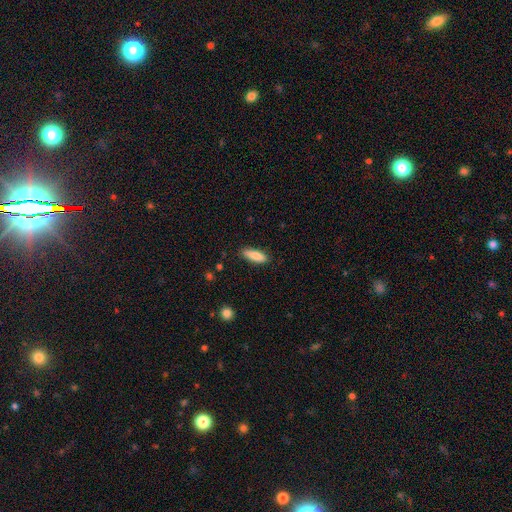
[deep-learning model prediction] The model was most divided on "how rounded": in between: 56%, cigar-shaped: 42%, round: 2%. More confident: merging — none (86%); smooth or featured — smooth (84%).